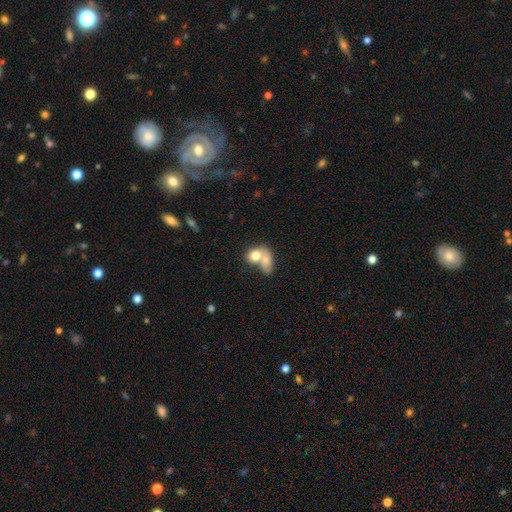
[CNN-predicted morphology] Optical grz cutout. It shows a smooth galaxy with no disk features (72%) that is in between round and cigar-shaped (60%). Merging: merger (72%).